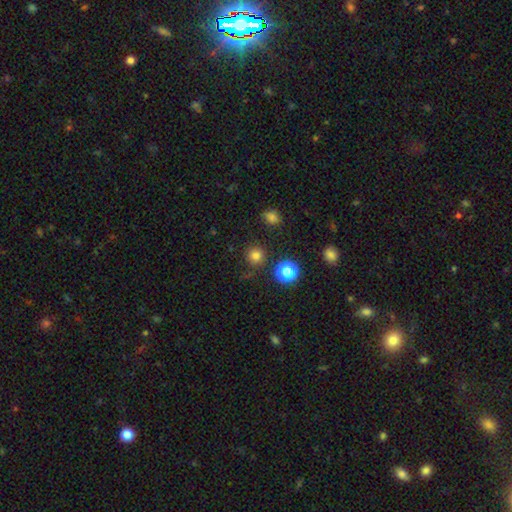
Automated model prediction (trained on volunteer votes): A smooth galaxy with no disk features (77%) that is round (94%). Merging: none (86%).